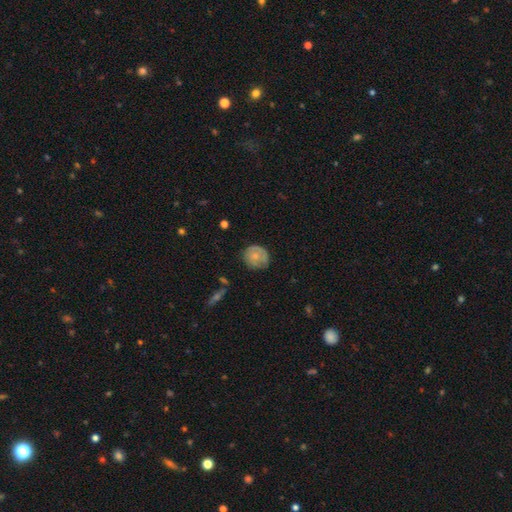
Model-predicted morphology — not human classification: type=smooth (59%); roundness=round (81%); merging=none (65%).